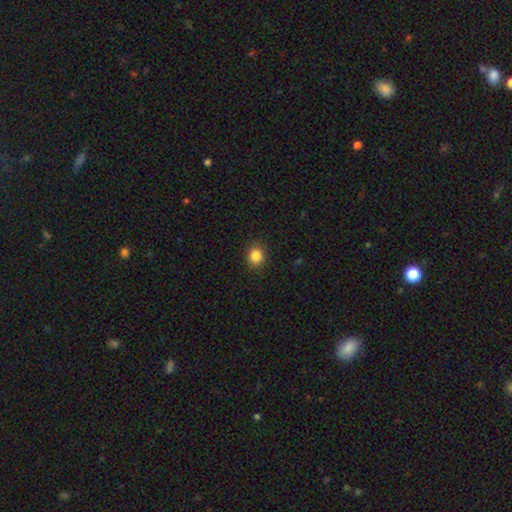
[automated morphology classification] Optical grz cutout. It shows a smooth galaxy with no disk features (86%) that is round (68%). Merging: none (89%).